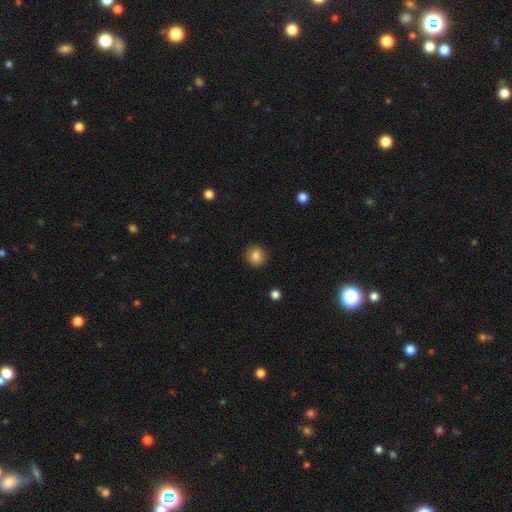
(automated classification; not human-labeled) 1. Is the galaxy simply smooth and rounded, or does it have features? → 85% smooth, 10% star or artifact, 6% featured or disk.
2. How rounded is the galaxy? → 86% round, 13% in between, 1% cigar-shaped.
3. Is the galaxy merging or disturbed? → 90% none, 7% minor disturbance, 2% major disturbance, 1% merger.